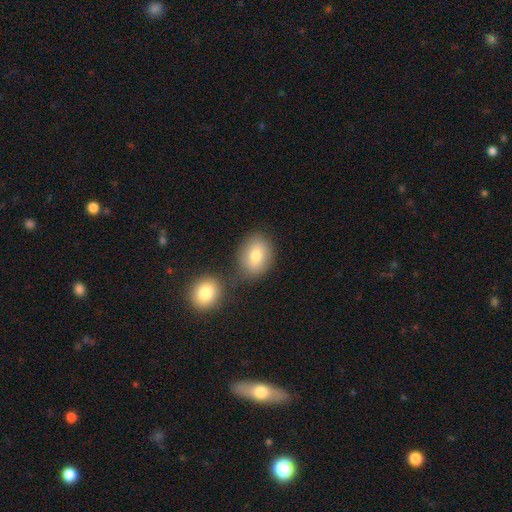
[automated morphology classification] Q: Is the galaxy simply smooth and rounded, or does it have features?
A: smooth — 79%.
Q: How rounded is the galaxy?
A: in between — 51%.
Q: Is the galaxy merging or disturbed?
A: none — 68%.